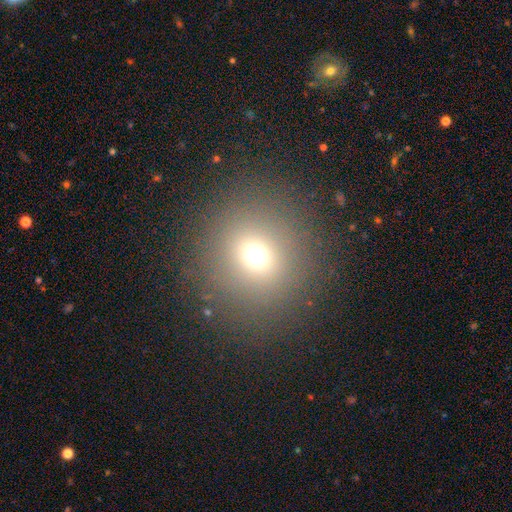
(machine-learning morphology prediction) Q: Smooth or featured?
A: smooth (68%); runner-up: star or artifact (23%)
Q: How rounded?
A: round (92%); runner-up: in between (7%)
Q: Merging?
A: none (87%); runner-up: minor disturbance (6%)